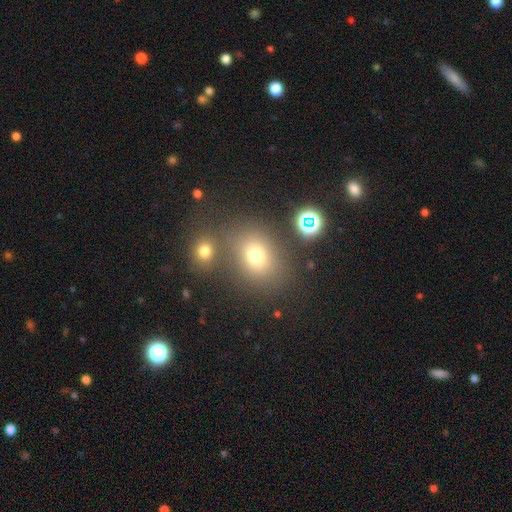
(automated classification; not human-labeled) smooth-or-featured: smooth: 71% | star or artifact: 18% | featured or disk: 11%
  how-rounded: round: 56% | in between: 43% | cigar-shaped: 1%
  merging: none: 69% | merger: 15% | minor disturbance: 11% | major disturbance: 5%